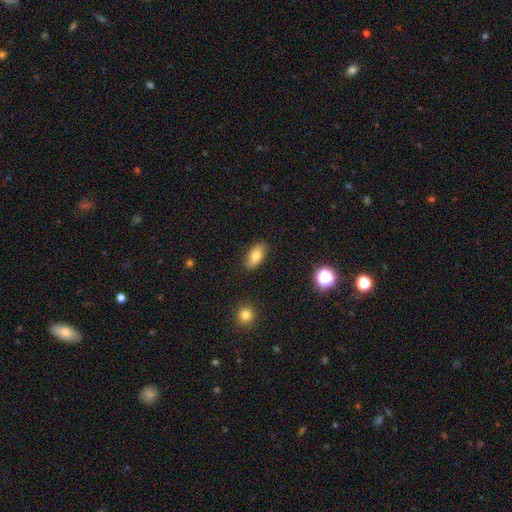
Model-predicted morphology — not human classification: smooth-or-featured: smooth: 75% | featured or disk: 17% | star or artifact: 8%
  how-rounded: in between: 89% | cigar-shaped: 6% | round: 5%
  merging: none: 86% | minor disturbance: 10% | major disturbance: 2% | merger: 1%